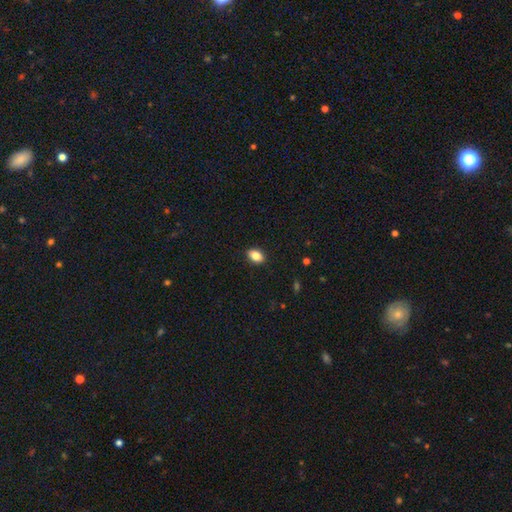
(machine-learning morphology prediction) This is clearly a smooth galaxy (84%). How rounded: clearly in between (82%). Merging: clearly none (90%).